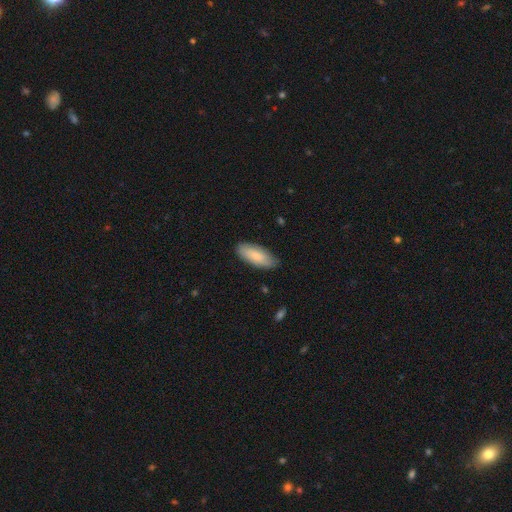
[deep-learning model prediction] Q: Smooth or featured?
A: smooth (84%); runner-up: featured or disk (11%)
Q: How rounded?
A: in between (79%); runner-up: cigar-shaped (19%)
Q: Merging?
A: none (83%); runner-up: minor disturbance (14%)